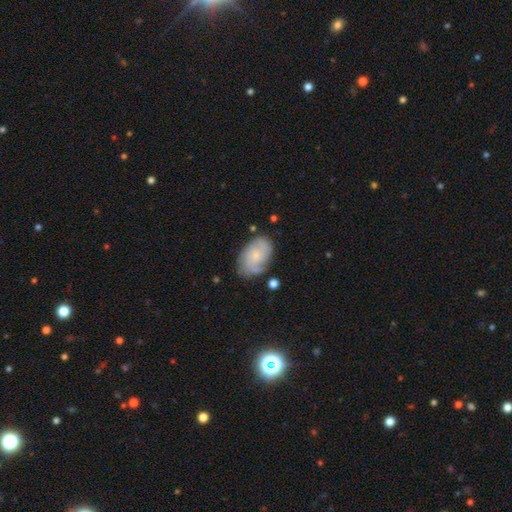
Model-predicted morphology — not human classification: Overall: featured or disk (59%; smooth 34%). Edge-on disk: no (97%). Bar: no (76%). Spiral arms: yes (86%). Bulge size: small (72%). Merging: none (70%).